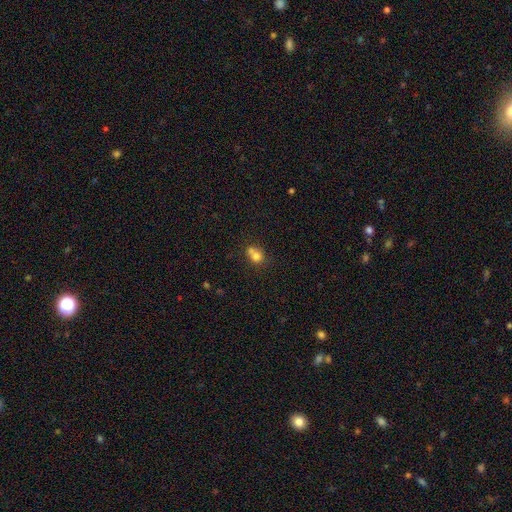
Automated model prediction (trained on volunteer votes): smooth_or_featured: smooth (p=0.73) [alt: featured or disk p=0.14]
how_rounded: round (p=0.69) [alt: in between p=0.30]
merging: merger (p=0.49) [alt: none p=0.35]